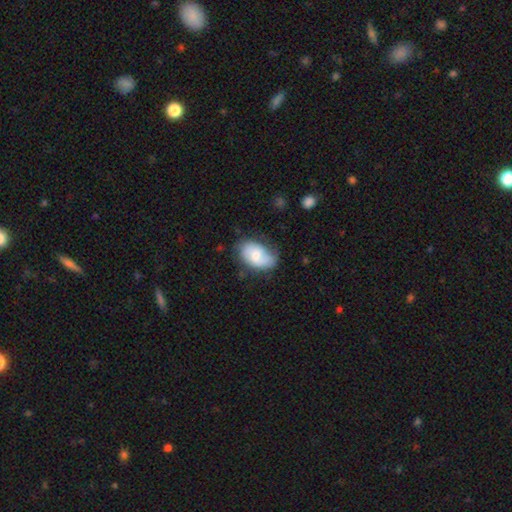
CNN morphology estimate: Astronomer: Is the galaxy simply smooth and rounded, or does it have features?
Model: smooth — 56% (runner-up: featured or disk, 37%).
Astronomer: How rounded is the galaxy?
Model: in between — 90%.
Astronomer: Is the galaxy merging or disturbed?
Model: none — 61%.